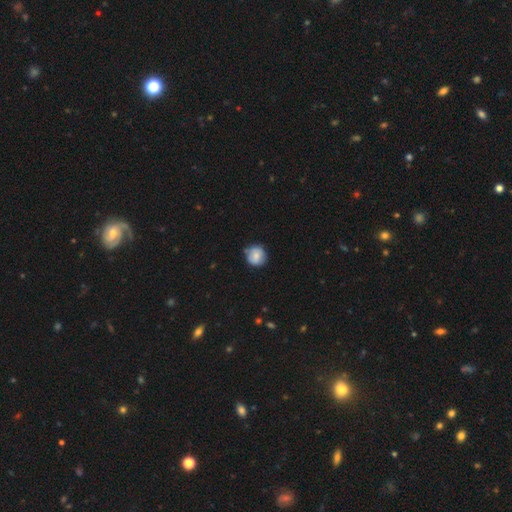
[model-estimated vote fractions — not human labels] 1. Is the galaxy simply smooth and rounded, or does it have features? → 70% smooth, 23% featured or disk, 7% star or artifact.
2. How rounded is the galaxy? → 89% round, 10% in between, 1% cigar-shaped.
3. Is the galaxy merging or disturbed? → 72% none, 22% minor disturbance, 4% major disturbance, 3% merger.